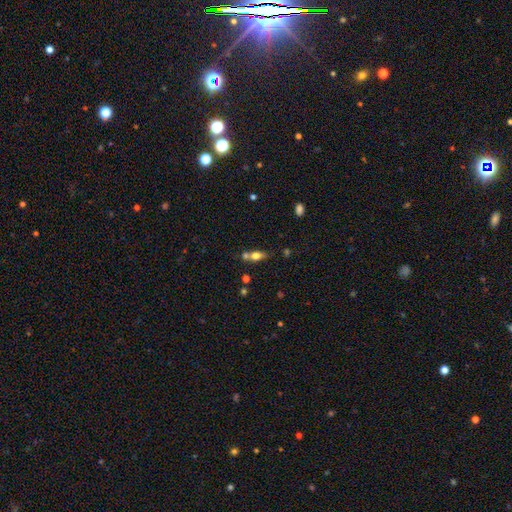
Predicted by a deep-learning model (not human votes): Smooth or featured: smooth — 65% (featured or disk — 25%)
How rounded: in between — 66% (cigar-shaped — 22%)
Merging: none — 47% (merger — 35%)